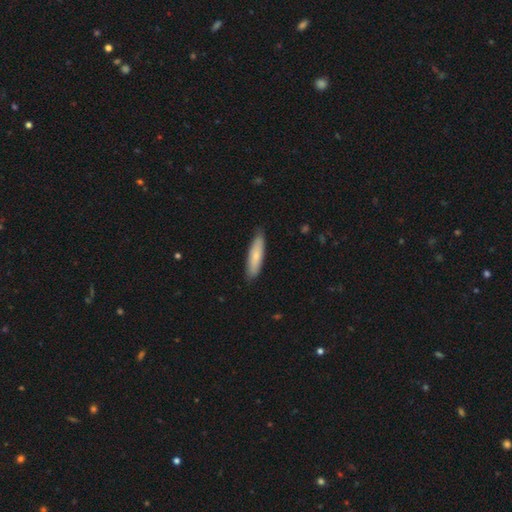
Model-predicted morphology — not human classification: Smooth or featured? smooth (75%)
How rounded? cigar-shaped (74%)
Merging? none (84%)